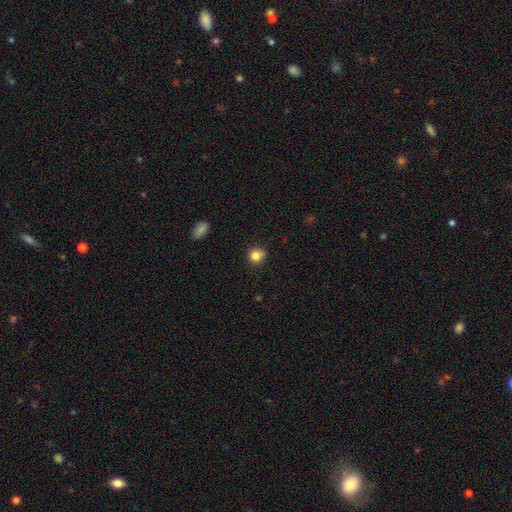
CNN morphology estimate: Overall: smooth (84%). How rounded: round (89%). Merging: none (86%).